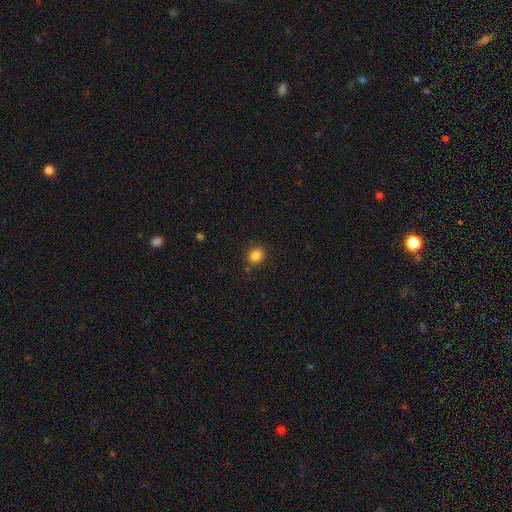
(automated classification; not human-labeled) smooth_or_featured: smooth (p=0.84) [alt: star or artifact p=0.12]
how_rounded: round (p=0.82) [alt: in between p=0.17]
merging: none (p=0.84) [alt: minor disturbance p=0.11]